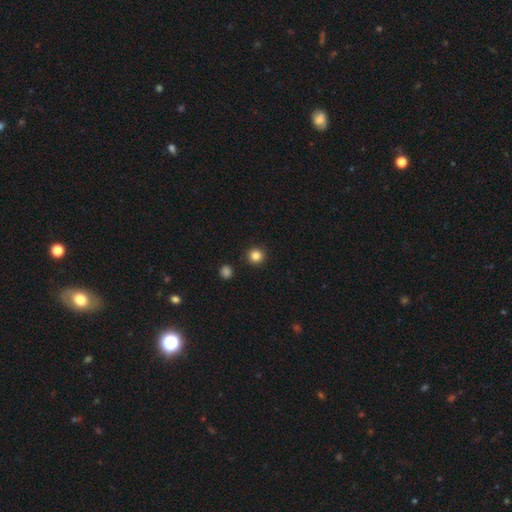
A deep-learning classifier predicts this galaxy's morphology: type=smooth (85%); roundness=round (94%); merging=none (91%).